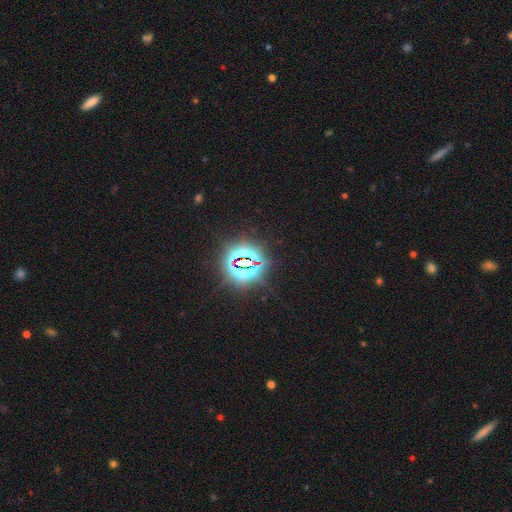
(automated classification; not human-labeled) smooth_or_featured: star or artifact (p=0.82) [alt: smooth p=0.11]